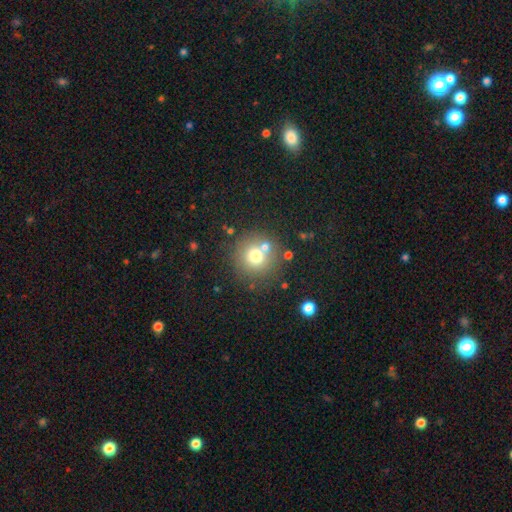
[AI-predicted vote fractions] Smooth or featured: smooth — 70% (star or artifact — 15%)
How rounded: round — 93% (in between — 6%)
Merging: none — 72% (merger — 15%)